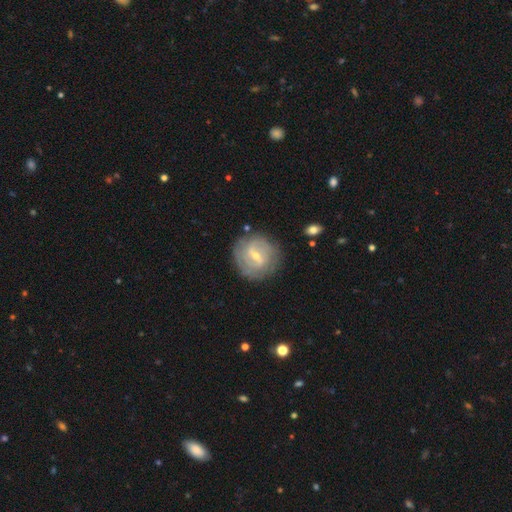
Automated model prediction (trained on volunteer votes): smooth_or_featured: featured or disk (p=0.73) [alt: smooth p=0.20]
disk_edge_on: no (p=0.95) [alt: yes p=0.05]
bar: weak (p=0.54) [alt: strong p=0.31]
has_spiral_arms: yes (p=0.79) [alt: no p=0.21]
spiral_winding: tight (p=0.55) [alt: medium p=0.31]
spiral_arm_count: 2 (p=0.44) [alt: can't tell p=0.38]
bulge_size: small (p=0.61) [alt: moderate p=0.35]
merging: none (p=0.81) [alt: minor disturbance p=0.13]